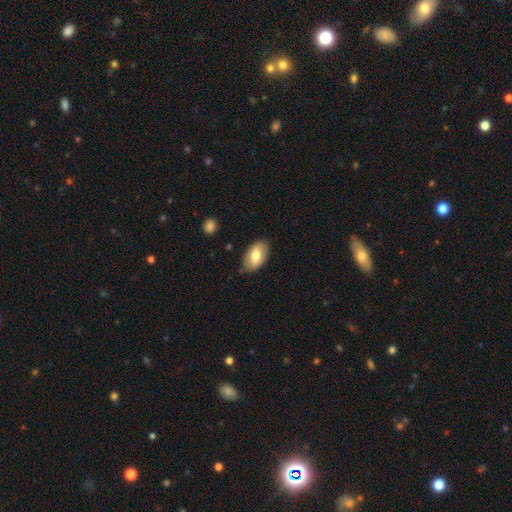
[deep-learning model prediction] Q: Smooth or featured?
A: smooth (76%); runner-up: featured or disk (18%)
Q: How rounded?
A: in between (94%); runner-up: round (5%)
Q: Merging?
A: none (81%); runner-up: minor disturbance (15%)